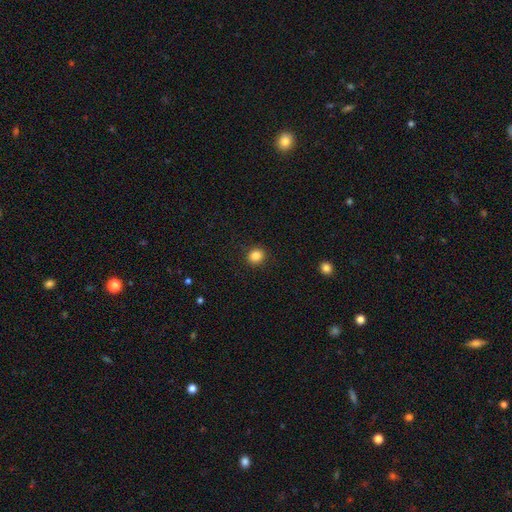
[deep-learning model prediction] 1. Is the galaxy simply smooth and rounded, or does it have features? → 85% smooth, 11% star or artifact, 4% featured or disk.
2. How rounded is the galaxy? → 83% round, 16% in between, 1% cigar-shaped.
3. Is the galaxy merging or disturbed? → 91% none, 6% minor disturbance, 2% major disturbance, 1% merger.